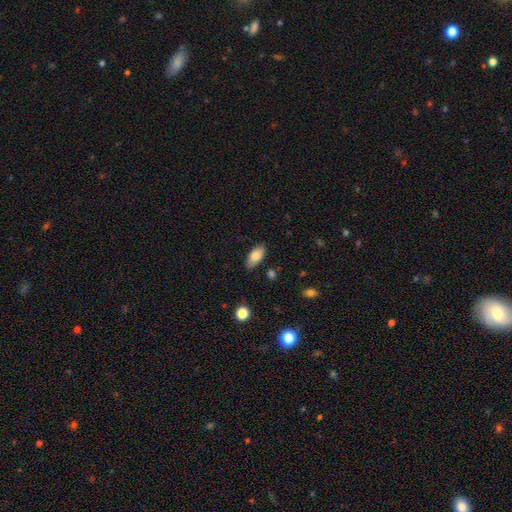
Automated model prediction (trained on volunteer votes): smooth_or_featured: smooth (p=0.82) [alt: featured or disk p=0.11]
how_rounded: in between (p=0.88) [alt: cigar-shaped p=0.09]
merging: none (p=0.83) [alt: minor disturbance p=0.13]